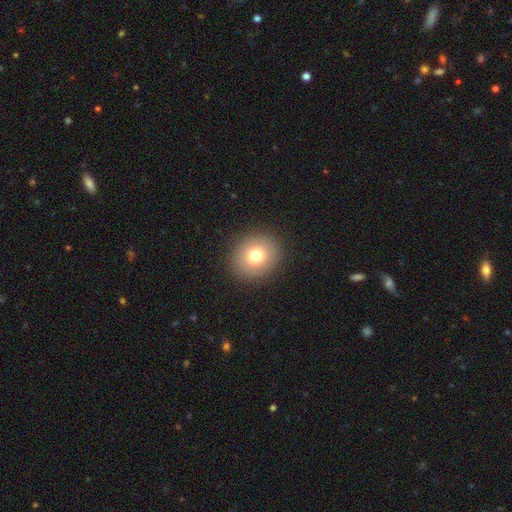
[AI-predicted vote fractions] This appears to be a smooth galaxy with no disk features (77%) that is round (78%). Merging: none (90%).